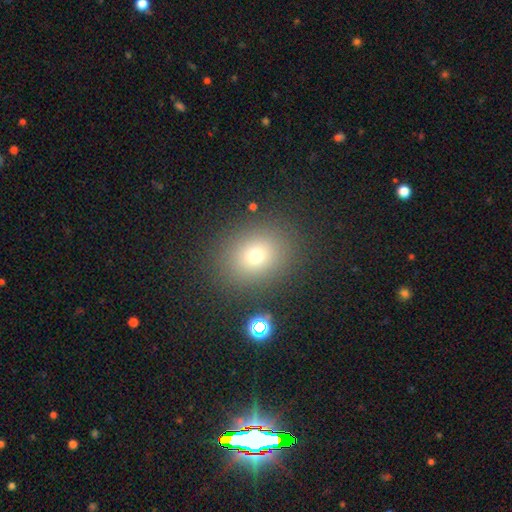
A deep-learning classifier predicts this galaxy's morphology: Smooth or featured? Predicted: smooth (p=0.72). How rounded? Predicted: round (p=0.61). Merging? Predicted: none (p=0.85).